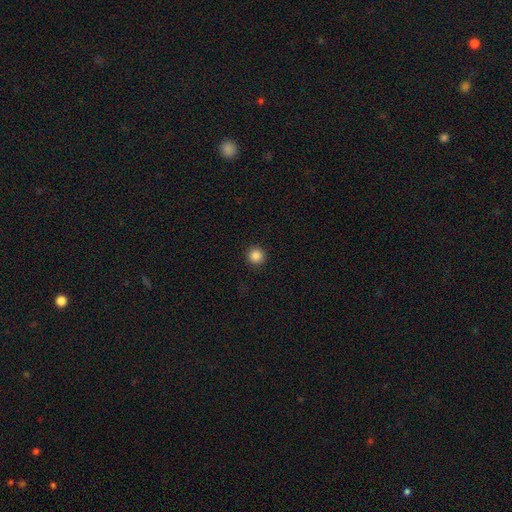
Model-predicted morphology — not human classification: smooth-or-featured: smooth: 86% | star or artifact: 11% | featured or disk: 3%
  how-rounded: round: 96% | in between: 3% | cigar-shaped: 1%
  merging: none: 93% | minor disturbance: 4% | major disturbance: 2% | merger: 1%